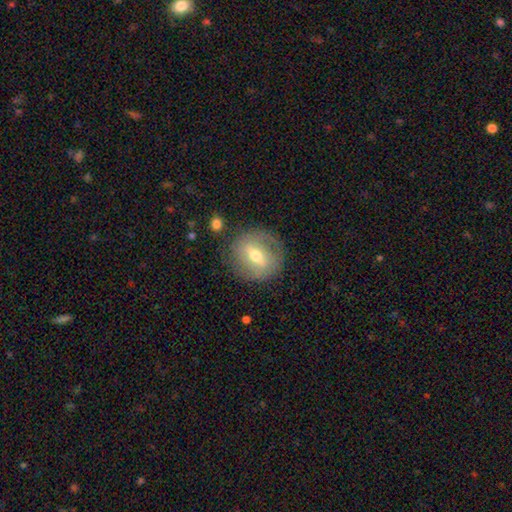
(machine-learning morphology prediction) smooth_or_featured: featured or disk (p=0.62) [alt: smooth p=0.31]
disk_edge_on: no (p=0.91) [alt: yes p=0.09]
bar: strong (p=0.43) [alt: weak p=0.42]
has_spiral_arms: yes (p=0.54) [alt: no p=0.46]
bulge_size: moderate (p=0.71) [alt: small p=0.22]
merging: none (p=0.81) [alt: minor disturbance p=0.12]